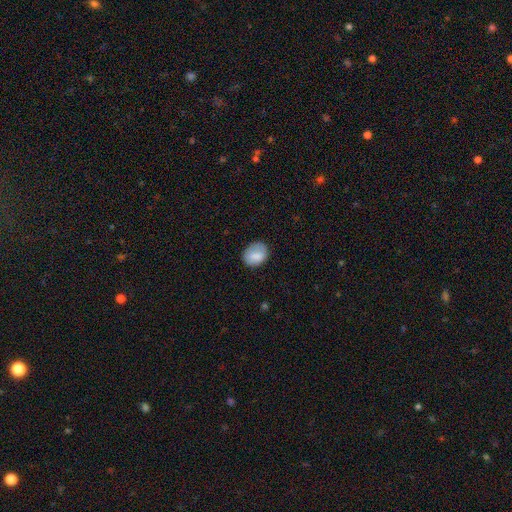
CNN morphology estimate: smooth_or_featured: smooth (p=0.83) [alt: featured or disk p=0.10]
how_rounded: in between (p=0.58) [alt: round p=0.41]
merging: none (p=0.77) [alt: minor disturbance p=0.18]